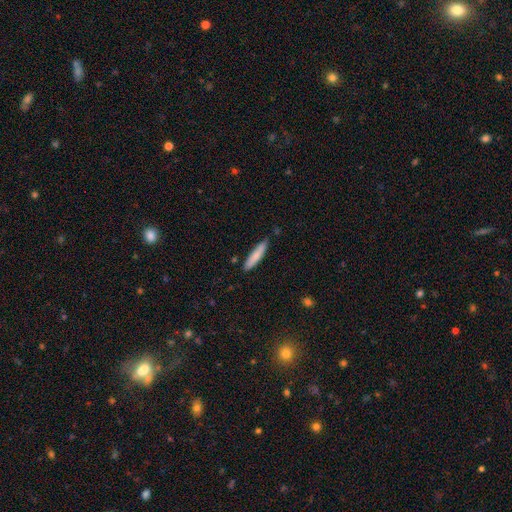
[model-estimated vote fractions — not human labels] smooth_or_featured: smooth (p=0.81) [alt: featured or disk p=0.14]
how_rounded: cigar-shaped (p=0.88) [alt: in between p=0.10]
merging: none (p=0.81) [alt: minor disturbance p=0.15]